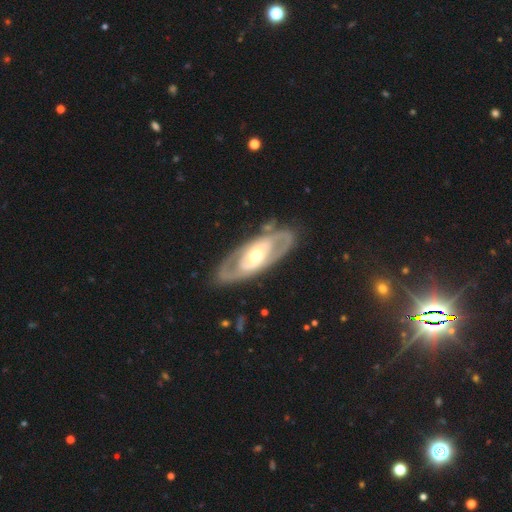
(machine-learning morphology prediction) Smooth or featured?
  - featured or disk: 78% *
  - smooth: 18%
  - star or artifact: 4%
Edge-on disk?
  - no: 89% *
  - yes: 11%
Bar?
  - no: 66% *
  - weak: 21%
  - strong: 13%
Spiral arms?
  - no: 51% *
  - yes: 49%
Bulge size?
  - moderate: 63% *
  - small: 27%
  - large: 7%
  - dominant: 1%
  - none: 1%
Merging?
  - none: 82% *
  - minor disturbance: 11%
  - major disturbance: 5%
  - merger: 2%